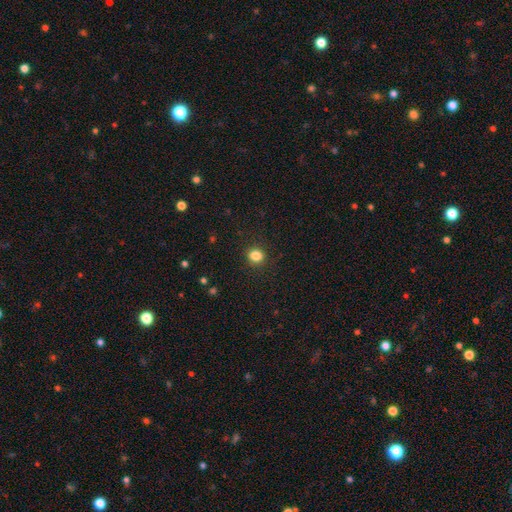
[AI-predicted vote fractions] smooth 84%, star or artifact 11%, featured or disk 4%. Down the decision tree: how rounded — round (75%); merging — none (89%).